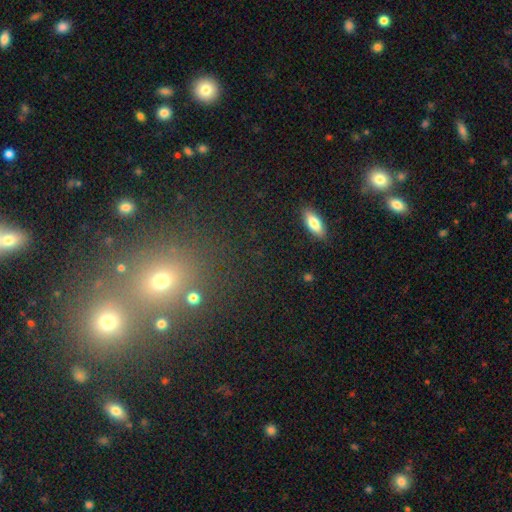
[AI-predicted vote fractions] smooth 47%, star or artifact 38%, featured or disk 15%. Down the decision tree: merging — none (73%).